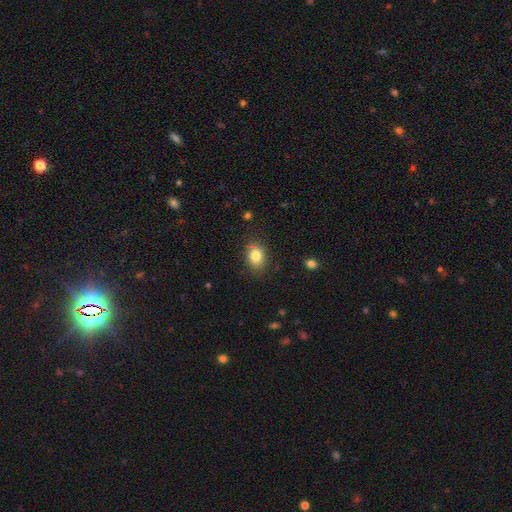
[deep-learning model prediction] smooth_or_featured: smooth (p=0.81) [alt: star or artifact p=0.10]
how_rounded: in between (p=0.62) [alt: round p=0.37]
merging: none (p=0.83) [alt: minor disturbance p=0.13]